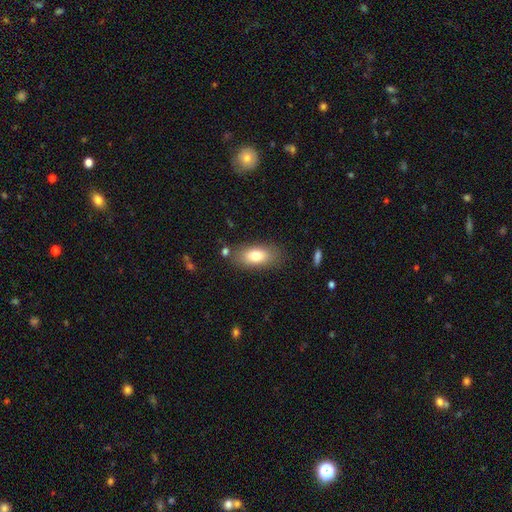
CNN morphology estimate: Smooth or featured? Predicted: smooth (p=0.79). How rounded? Predicted: in between (p=0.88). Merging? Predicted: none (p=0.79).